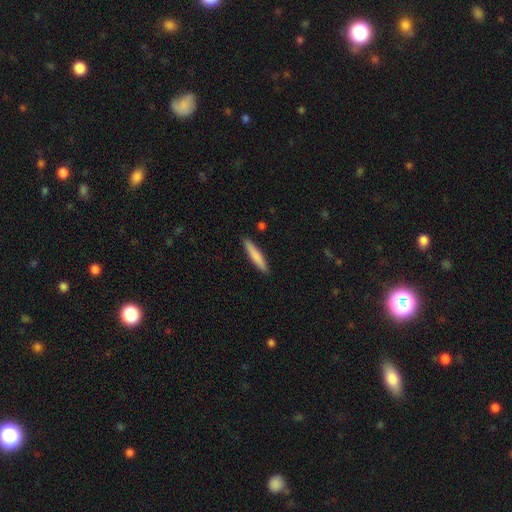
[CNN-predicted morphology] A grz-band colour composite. It shows a smooth galaxy with no disk features (79%) that is cigar-shaped (91%). Merging: none (90%).